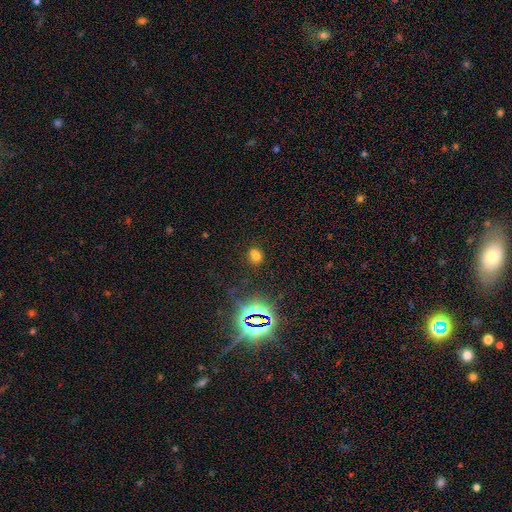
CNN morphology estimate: Smooth or featured?
  - smooth: 57% *
  - star or artifact: 31%
  - featured or disk: 12%
How rounded?
  - round: 62% *
  - in between: 37%
  - cigar-shaped: 2%
Merging?
  - none: 53% *
  - merger: 31%
  - minor disturbance: 11%
  - major disturbance: 5%